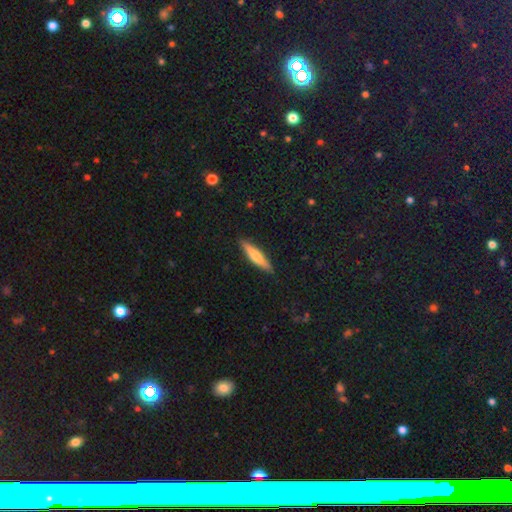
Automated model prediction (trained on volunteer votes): smooth 60%, featured or disk 34%, star or artifact 6%. Down the decision tree: how rounded — cigar-shaped (84%); merging — none (90%).